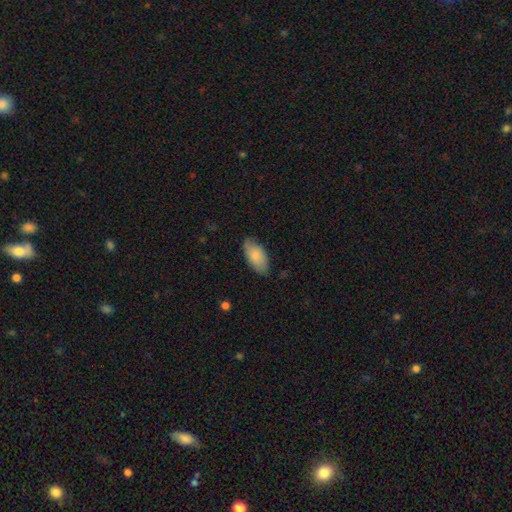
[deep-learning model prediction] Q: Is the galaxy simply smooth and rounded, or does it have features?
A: smooth — 83%.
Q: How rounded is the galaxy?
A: in between — 94%.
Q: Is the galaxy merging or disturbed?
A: none — 74%.